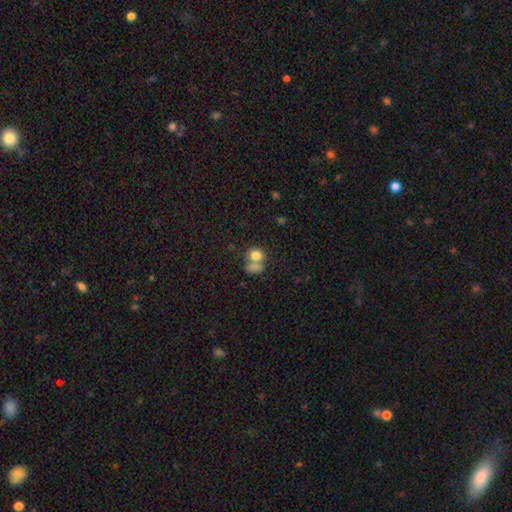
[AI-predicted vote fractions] Morphology: type=smooth (79%); roundness=round (59%); merging=merger (48%).